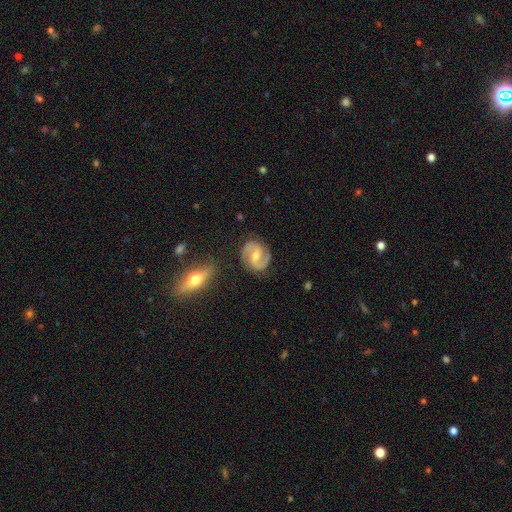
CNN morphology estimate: smooth_or_featured: featured or disk (p=0.86) [alt: smooth p=0.09]
disk_edge_on: no (p=0.98) [alt: yes p=0.02]
bar: weak (p=0.50) [alt: strong p=0.26]
has_spiral_arms: yes (p=0.97) [alt: no p=0.03]
spiral_winding: medium (p=0.57) [alt: tight p=0.27]
spiral_arm_count: 2 (p=0.93) [alt: can't tell p=0.03]
bulge_size: moderate (p=0.57) [alt: small p=0.36]
merging: none (p=0.83) [alt: minor disturbance p=0.12]